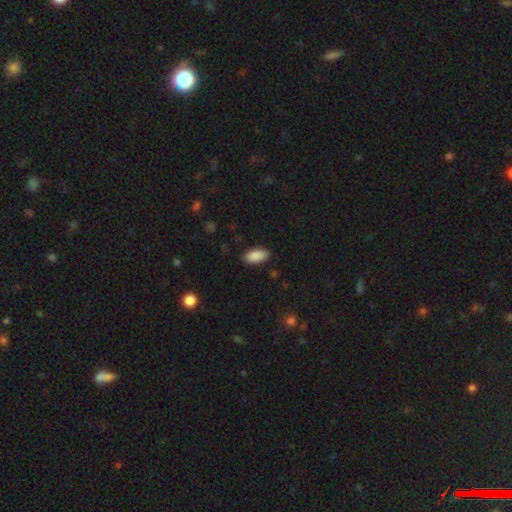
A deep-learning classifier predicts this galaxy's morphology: This appears to be a smooth galaxy with no disk features (90%) that is in between round and cigar-shaped (92%). Merging: none (88%).